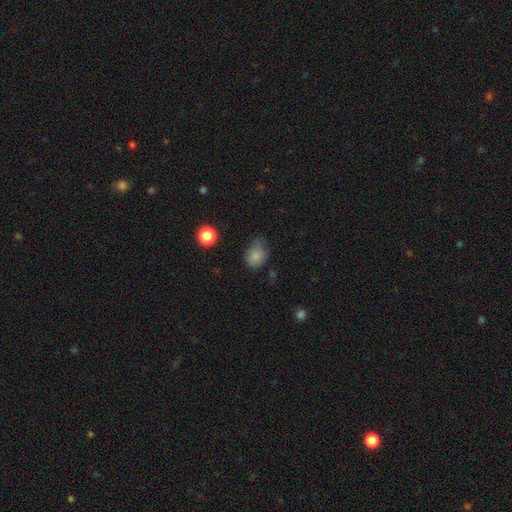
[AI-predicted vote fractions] smooth_or_featured: smooth (p=0.82) [alt: star or artifact p=0.12]
how_rounded: in between (p=0.67) [alt: round p=0.32]
merging: none (p=0.52) [alt: minor disturbance p=0.36]